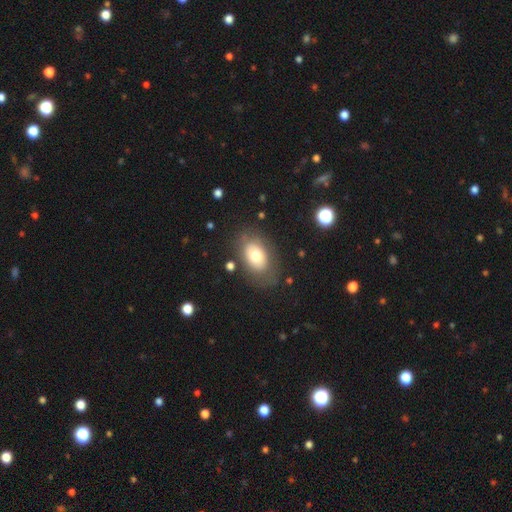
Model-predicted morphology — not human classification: type=smooth (68%); roundness=in between (83%); merging=none (71%).